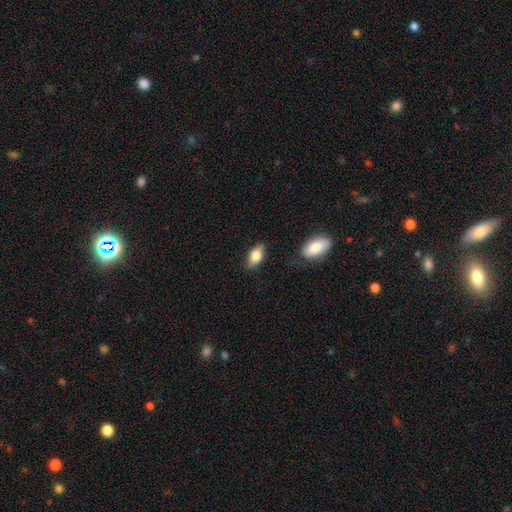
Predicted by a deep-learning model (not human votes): smooth_or_featured: smooth (p=0.79) [alt: featured or disk p=0.14]
how_rounded: in between (p=0.89) [alt: cigar-shaped p=0.07]
merging: none (p=0.82) [alt: minor disturbance p=0.12]